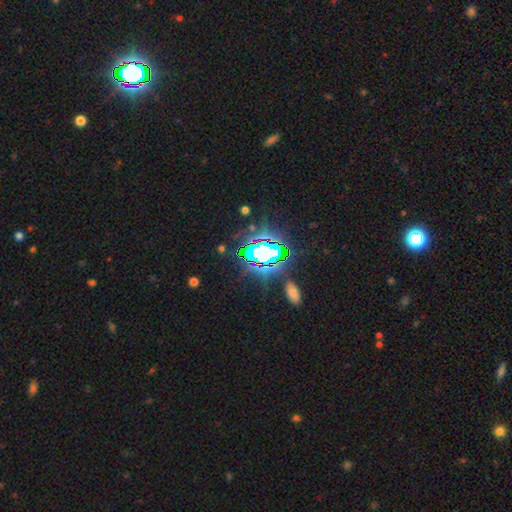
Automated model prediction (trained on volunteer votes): smooth_or_featured: star or artifact (p=0.81) [alt: smooth p=0.11]